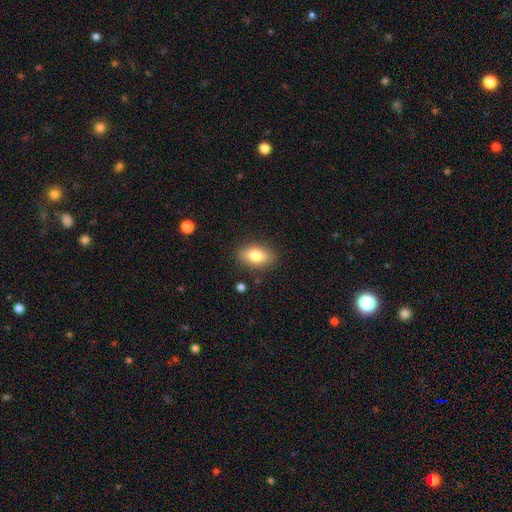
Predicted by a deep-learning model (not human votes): Smooth or featured?
  - smooth: 78% *
  - featured or disk: 14%
  - star or artifact: 8%
How rounded?
  - in between: 87% *
  - round: 9%
  - cigar-shaped: 4%
Merging?
  - none: 85% *
  - minor disturbance: 11%
  - major disturbance: 3%
  - merger: 2%